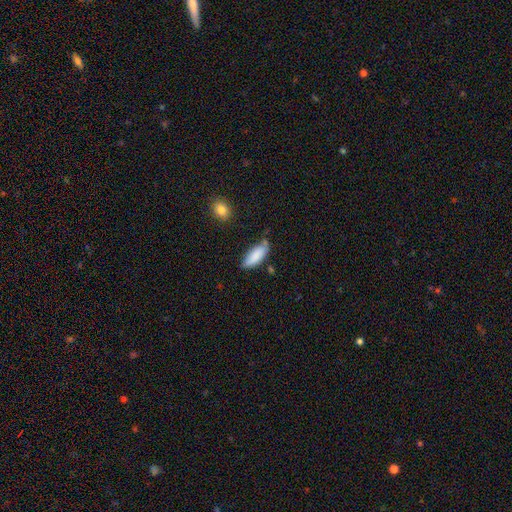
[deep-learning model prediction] Q: Smooth or featured?
A: smooth (85%); runner-up: featured or disk (9%)
Q: How rounded?
A: in between (73%); runner-up: cigar-shaped (25%)
Q: Merging?
A: none (61%); runner-up: minor disturbance (29%)